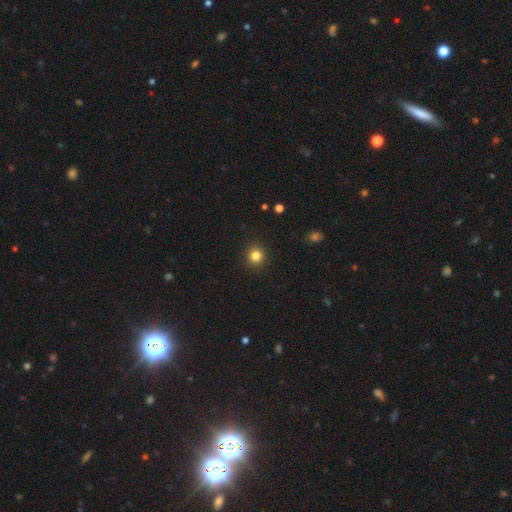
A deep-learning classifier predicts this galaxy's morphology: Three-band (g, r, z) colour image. It shows a smooth galaxy with no disk features (83%) that is round (92%). Merging: none (92%).